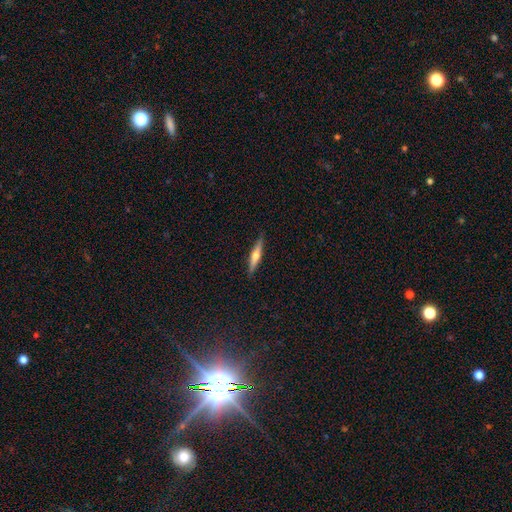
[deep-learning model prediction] A featured or disk galaxy (53%) viewed edge-on (96%) with a rounded central bulge (88%).

Vote fractions:
- Smooth or featured? featured or disk: 53% / smooth: 41% / star or artifact: 6%
- Edge-on disk? yes: 96% / no: 4%
- Edge-on bulge? rounded: 88% / none: 8% / boxy: 5%
- Merging? none: 89% / minor disturbance: 8% / major disturbance: 2% / merger: 1%